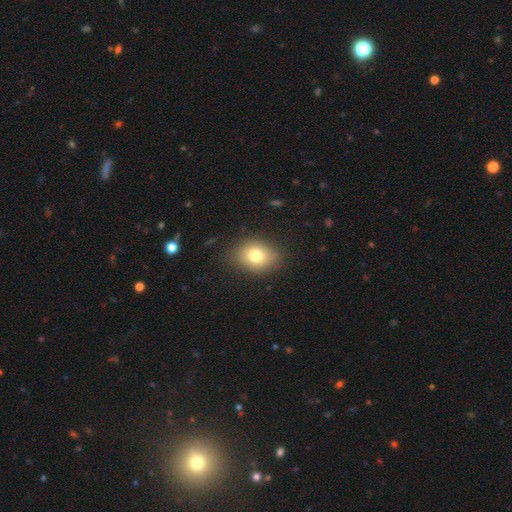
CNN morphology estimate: Smooth or featured?
  - smooth: 78% *
  - featured or disk: 11%
  - star or artifact: 10%
How rounded?
  - in between: 56% *
  - round: 43%
  - cigar-shaped: 1%
Merging?
  - none: 84% *
  - minor disturbance: 12%
  - major disturbance: 3%
  - merger: 1%